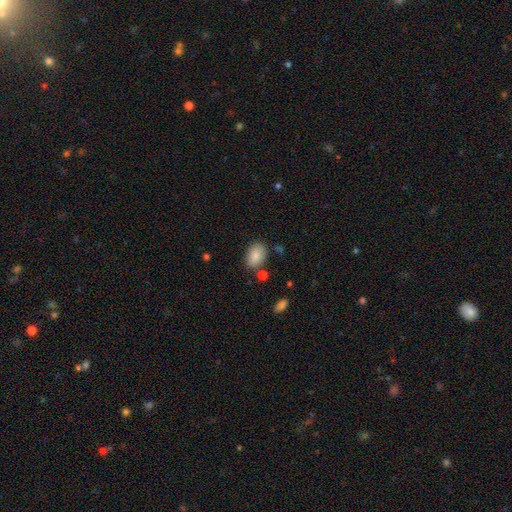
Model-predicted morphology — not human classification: Smooth or featured? Predicted: smooth (p=0.87). How rounded? Predicted: in between (p=0.87). Merging? Predicted: none (p=0.78).